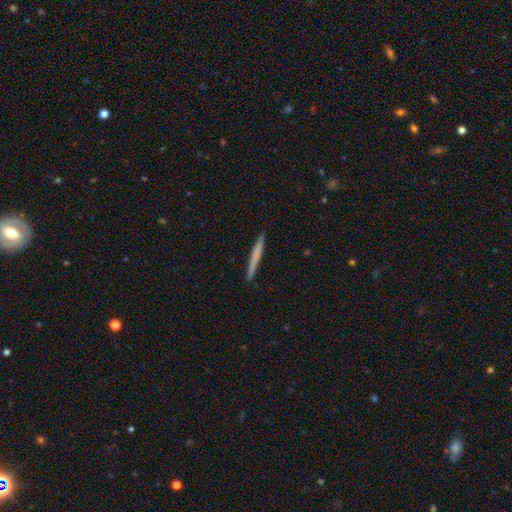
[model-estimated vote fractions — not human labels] Morphology: type=smooth (62%); roundness=cigar-shaped (97%); merging=none (92%).